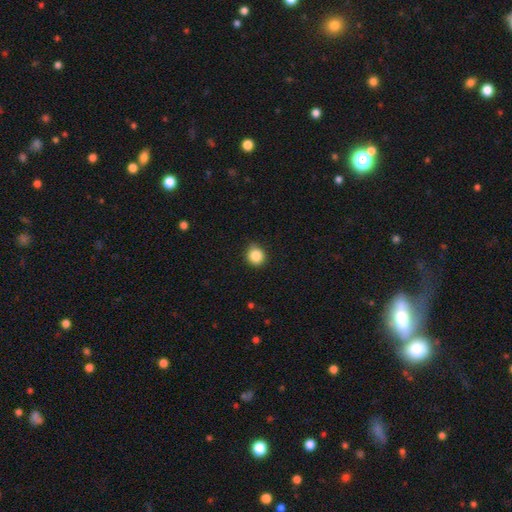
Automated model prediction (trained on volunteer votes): Smooth or featured? Predicted: smooth (p=0.86). How rounded? Predicted: round (p=0.87). Merging? Predicted: none (p=0.82).